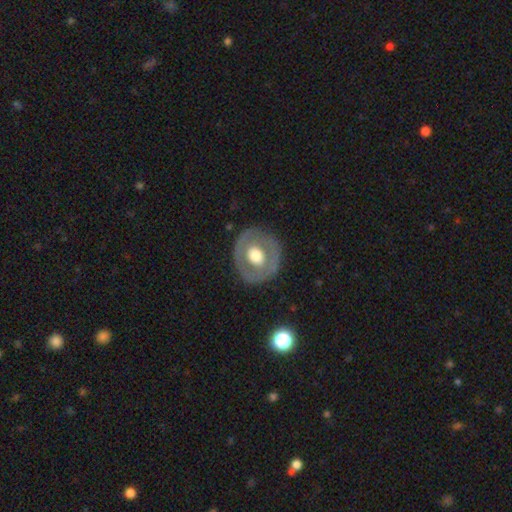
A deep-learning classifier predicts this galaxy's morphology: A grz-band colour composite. It shows a featured or disk galaxy (52%). Merging: none (81%).